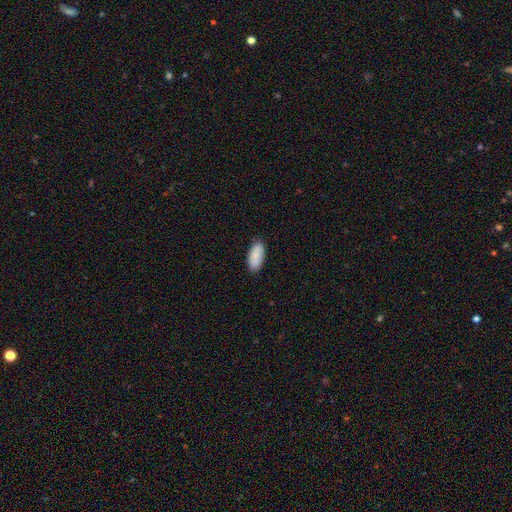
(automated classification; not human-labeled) smooth-or-featured: smooth: 88% | featured or disk: 6% | star or artifact: 6%
  how-rounded: in between: 90% | cigar-shaped: 8% | round: 2%
  merging: none: 86% | minor disturbance: 11% | major disturbance: 2% | merger: 1%